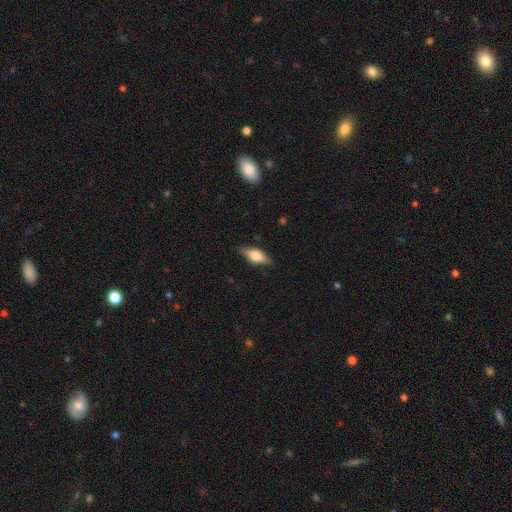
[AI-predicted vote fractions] smooth_or_featured: smooth (p=0.51) [alt: featured or disk p=0.42]
how_rounded: in between (p=0.69) [alt: cigar-shaped p=0.26]
merging: none (p=0.84) [alt: minor disturbance p=0.12]